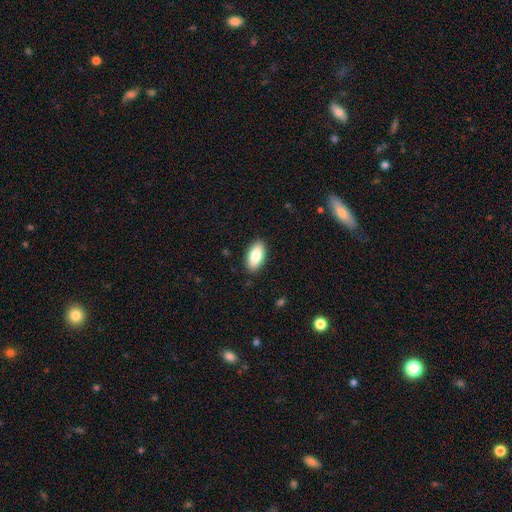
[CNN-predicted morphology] smooth-or-featured: smooth: 83% | featured or disk: 10% | star or artifact: 6%
  how-rounded: in between: 92% | cigar-shaped: 5% | round: 3%
  merging: none: 89% | minor disturbance: 8% | major disturbance: 2% | merger: 1%